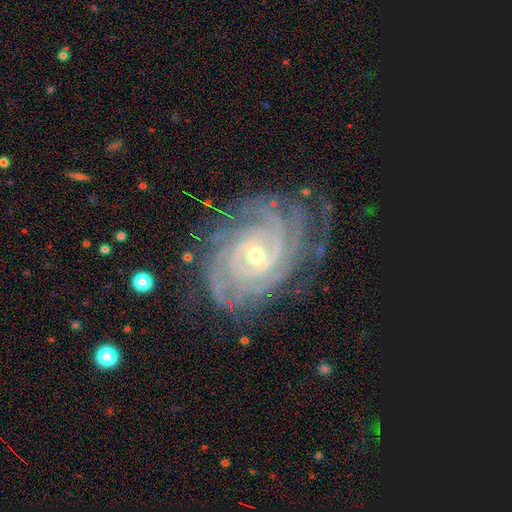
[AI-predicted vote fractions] Smooth or featured: featured or disk — 92% (star or artifact — 5%)
Edge-on disk: no — 97% (yes — 3%)
Bar: no — 45% (weak — 36%)
Spiral arms: yes — 99% (no — 1%)
Spiral winding: tight — 85% (medium — 13%)
Spiral arm count: 4 — 25% (can't tell — 20%)
Bulge size: small — 56% (moderate — 41%)
Merging: none — 77% (minor disturbance — 16%)